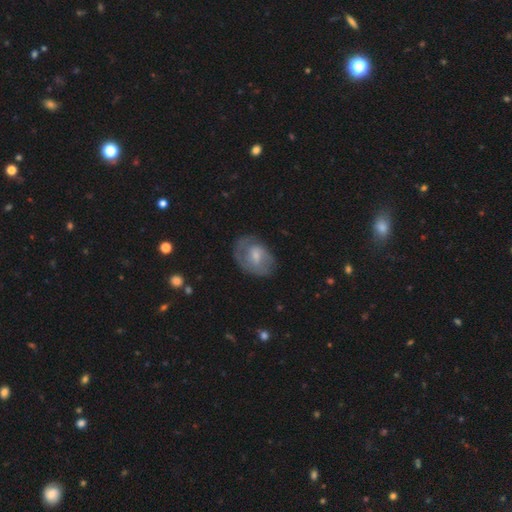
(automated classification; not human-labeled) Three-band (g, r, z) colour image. It shows a featured or disk galaxy (50%). Merging: none (62%).